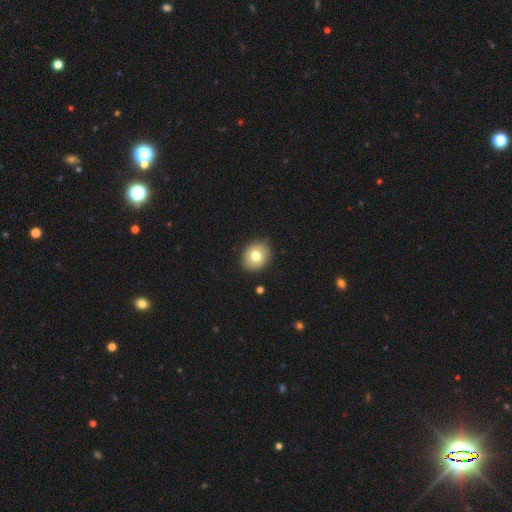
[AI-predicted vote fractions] The model was most divided on "how rounded": round: 67%, in between: 32%, cigar-shaped: 1%. More confident: merging — none (89%); smooth or featured — smooth (76%).